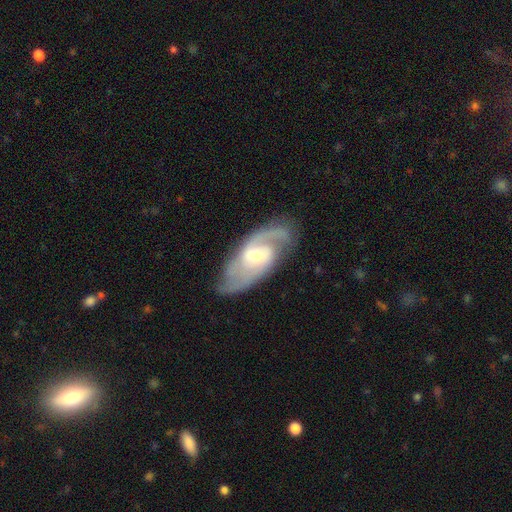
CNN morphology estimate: The model was most divided on "bar": weak: 47%, no: 39%, strong: 14%. More confident: spiral arms — yes (95%); edge-on disk — no (93%); smooth or featured — featured or disk (85%); spiral arm count — 2 (77%); merging — none (76%); bulge size — moderate (51%); spiral winding — medium (50%).